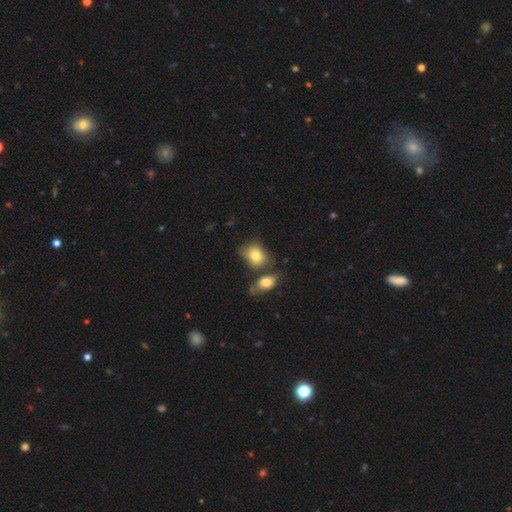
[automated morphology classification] This is likely a smooth galaxy (80%). How rounded: possibly in between (56%). Merging: possibly none (52%).